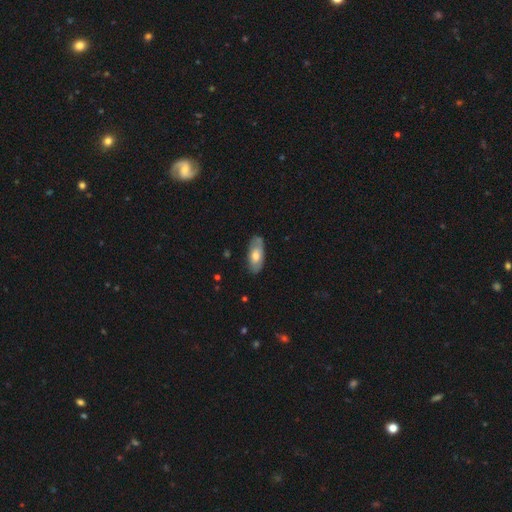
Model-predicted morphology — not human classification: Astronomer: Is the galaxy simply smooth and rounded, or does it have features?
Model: smooth — 63%.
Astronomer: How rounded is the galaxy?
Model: in between — 87%.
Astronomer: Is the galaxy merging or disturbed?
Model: none — 78%.